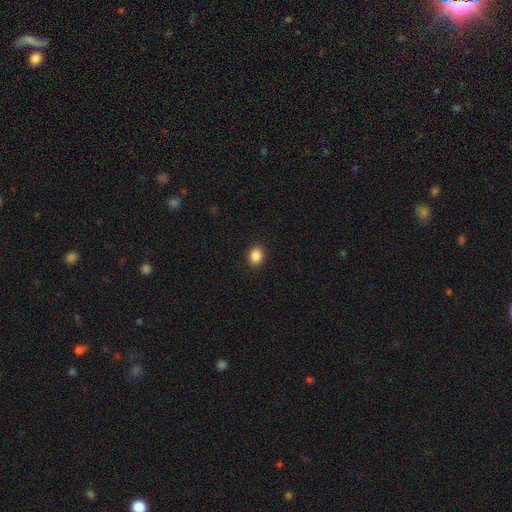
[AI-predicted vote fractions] smooth_or_featured: smooth (p=0.87) [alt: star or artifact p=0.10]
how_rounded: round (p=0.59) [alt: in between p=0.40]
merging: none (p=0.91) [alt: minor disturbance p=0.06]